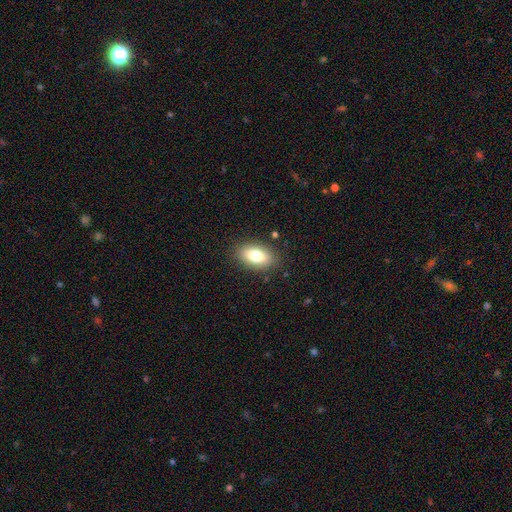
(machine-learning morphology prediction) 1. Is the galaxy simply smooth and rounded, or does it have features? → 78% smooth, 13% featured or disk, 8% star or artifact.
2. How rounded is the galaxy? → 89% in between, 7% round, 4% cigar-shaped.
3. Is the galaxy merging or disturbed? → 86% none, 10% minor disturbance, 3% major disturbance, 1% merger.